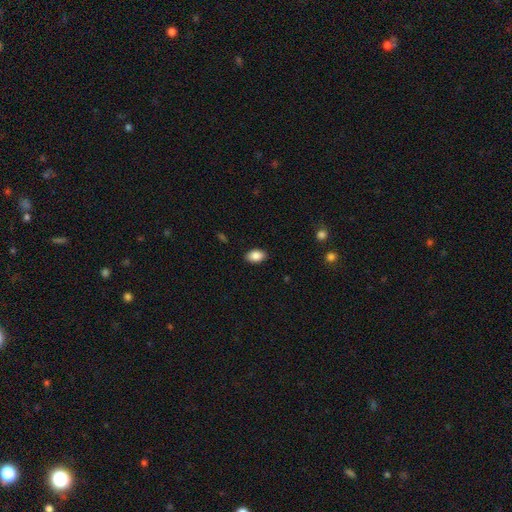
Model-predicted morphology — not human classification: The model was most divided on "smooth or featured": smooth: 87%, star or artifact: 7%, featured or disk: 5%. More confident: how rounded — in between (91%); merging — none (89%).